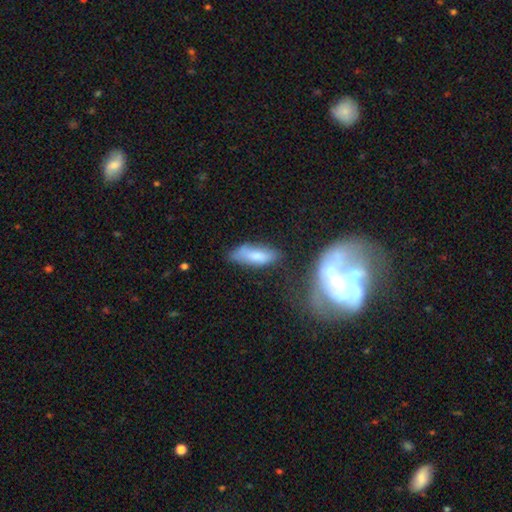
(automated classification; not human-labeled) Smooth or featured? smooth (74%)
How rounded? in between (64%)
Merging? none (54%)